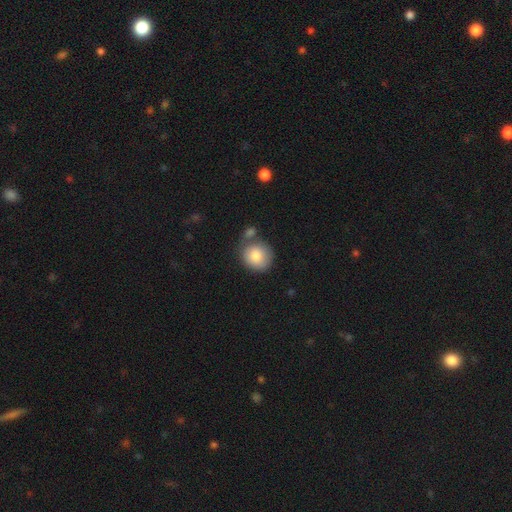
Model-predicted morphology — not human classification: This is clearly a smooth galaxy (83%). How rounded: clearly round (86%). Merging: possibly none (56%).